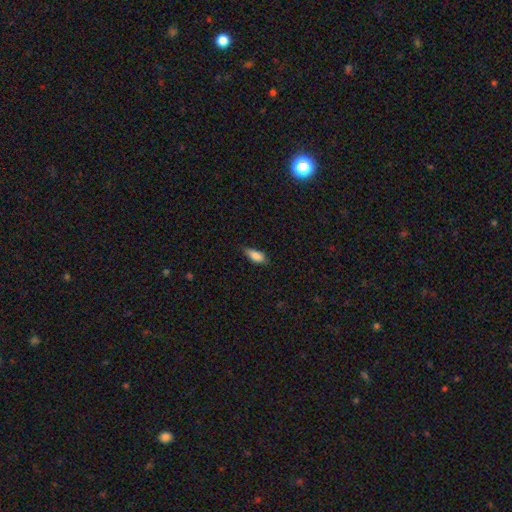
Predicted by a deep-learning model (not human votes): A smooth galaxy with no disk features (84%) that is in between round and cigar-shaped (83%).

Vote fractions:
- Smooth or featured? smooth: 84% / featured or disk: 9% / star or artifact: 8%
- How rounded? in between: 83% / cigar-shaped: 15% / round: 3%
- Merging? none: 71% / minor disturbance: 24% / major disturbance: 4% / merger: 1%